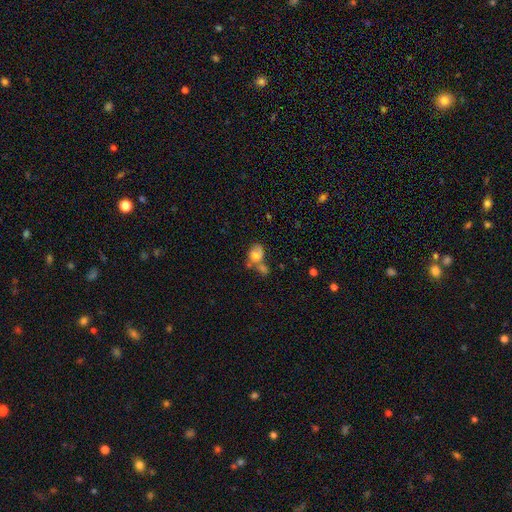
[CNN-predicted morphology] type=smooth (65%); roundness=in between (61%); merging=merger (46%).